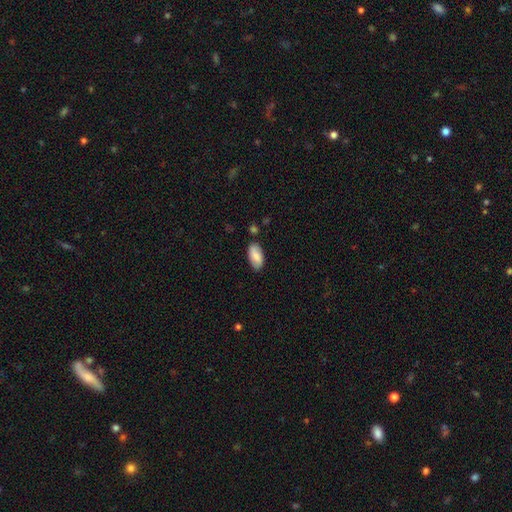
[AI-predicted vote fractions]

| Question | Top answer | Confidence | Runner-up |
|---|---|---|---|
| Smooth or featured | smooth | 78% | featured or disk (16%) |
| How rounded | in between | 93% | cigar-shaped (4%) |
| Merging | none | 79% | minor disturbance (15%) |